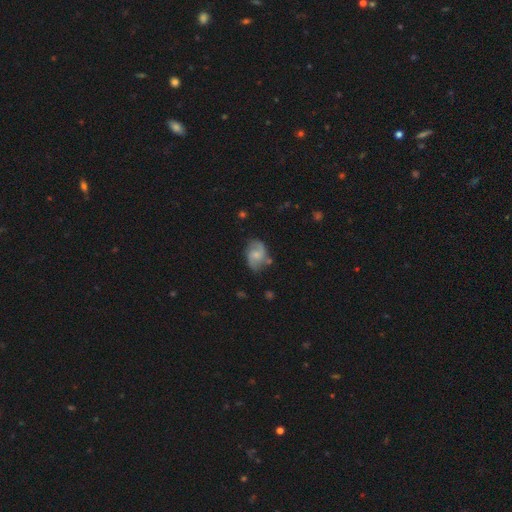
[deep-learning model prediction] A featured or disk galaxy (59%) with no bar (57%), 2 (84%) medium (44%) spiral arms (88%) and a small central bulge (44%). Merging: none (64%).